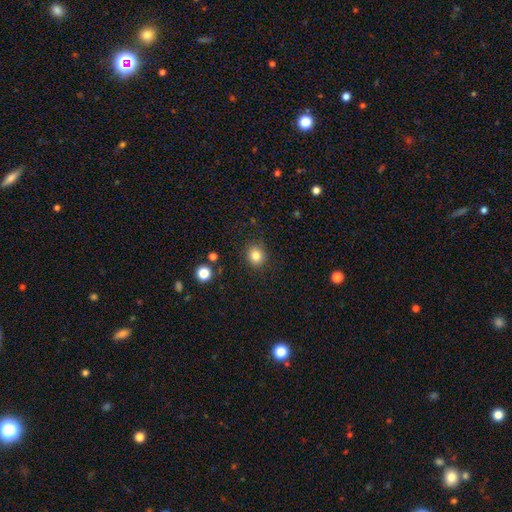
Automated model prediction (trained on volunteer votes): Smooth or featured? Predicted: smooth (p=0.83). How rounded? Predicted: round (p=0.81). Merging? Predicted: none (p=0.87).